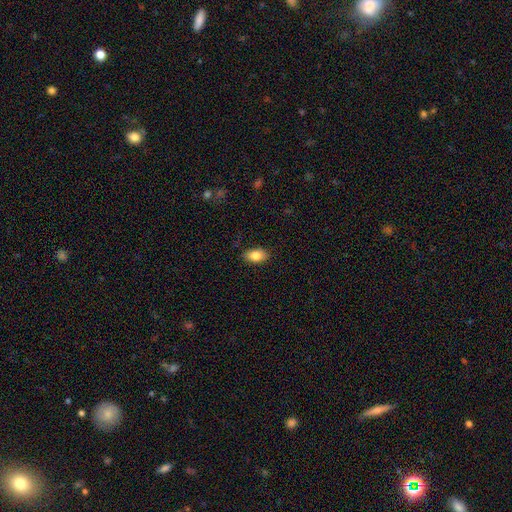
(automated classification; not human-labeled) Smooth or featured?
  - smooth: 83% *
  - featured or disk: 10%
  - star or artifact: 8%
How rounded?
  - in between: 90% *
  - round: 7%
  - cigar-shaped: 3%
Merging?
  - none: 86% *
  - minor disturbance: 10%
  - major disturbance: 2%
  - merger: 1%